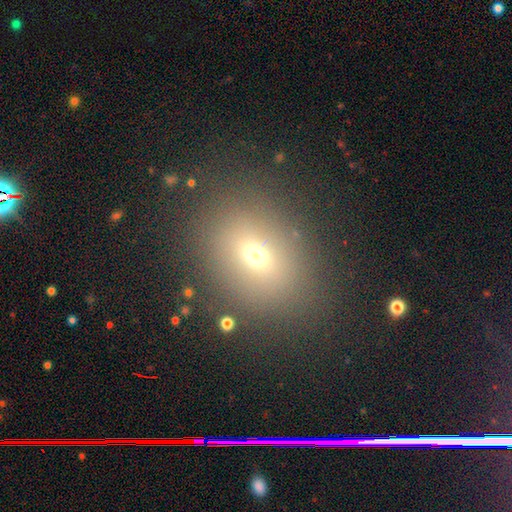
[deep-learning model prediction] Smooth or featured: smooth — 63% (star or artifact — 21%)
How rounded: in between — 63% (round — 35%)
Merging: none — 81% (minor disturbance — 10%)